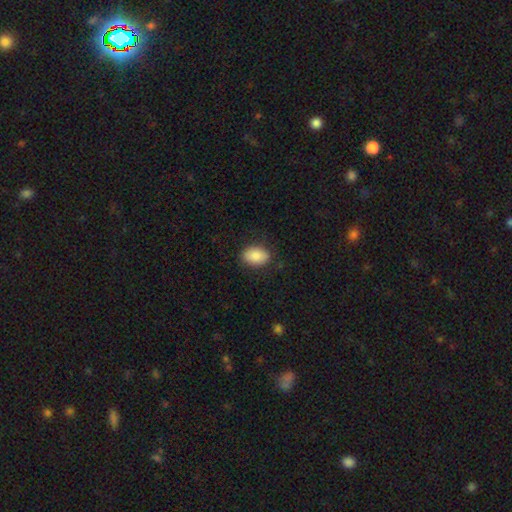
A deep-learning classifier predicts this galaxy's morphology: A smooth galaxy with no disk features (87%) that is in between round and cigar-shaped (86%). Merging: none (83%).